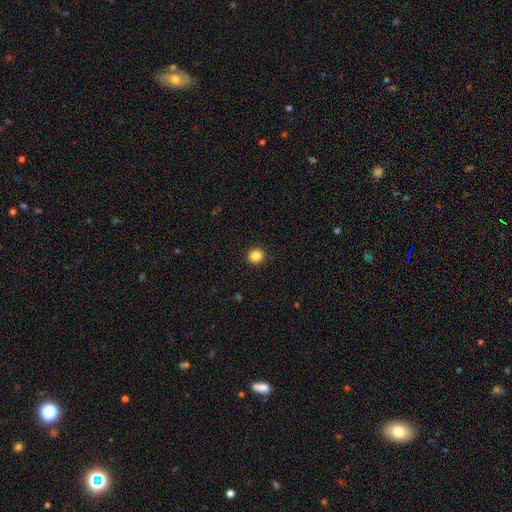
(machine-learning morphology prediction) The model was most divided on "smooth or featured": smooth: 86%, star or artifact: 10%, featured or disk: 3%. More confident: merging — none (93%); how rounded — round (92%).